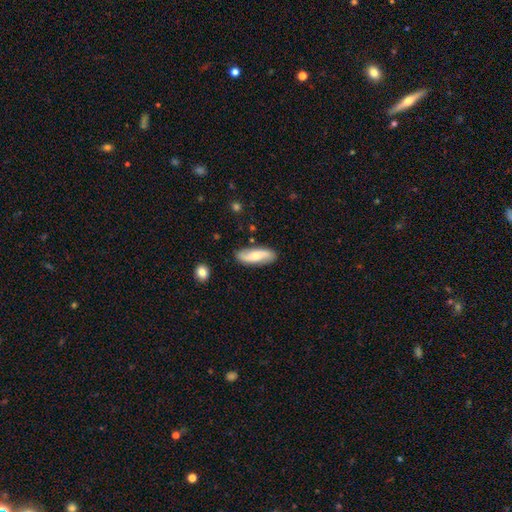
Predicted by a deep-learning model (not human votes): Q: Smooth or featured?
A: smooth (50%); runner-up: featured or disk (44%)
Q: Merging?
A: none (84%); runner-up: minor disturbance (12%)